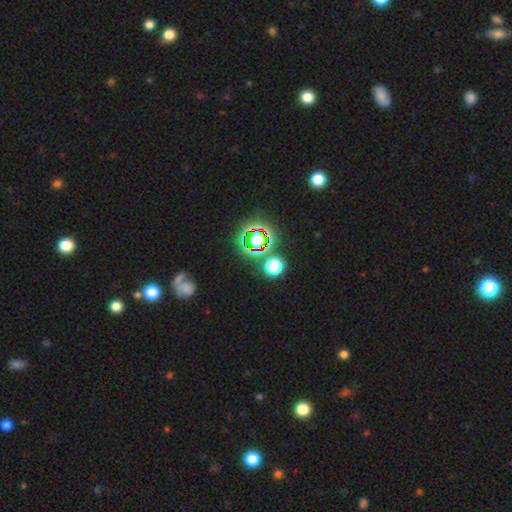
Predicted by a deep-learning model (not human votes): The model was most divided on "smooth or featured": star or artifact: 72%, smooth: 19%, featured or disk: 9%.